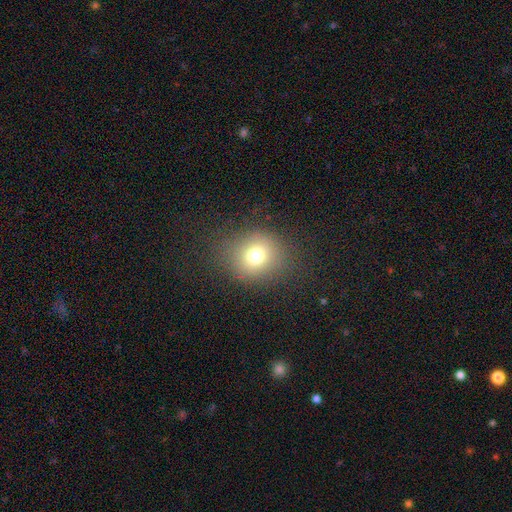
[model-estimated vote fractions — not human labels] Smooth or featured: smooth — 74% (star or artifact — 16%)
How rounded: round — 77% (in between — 22%)
Merging: none — 83% (minor disturbance — 10%)